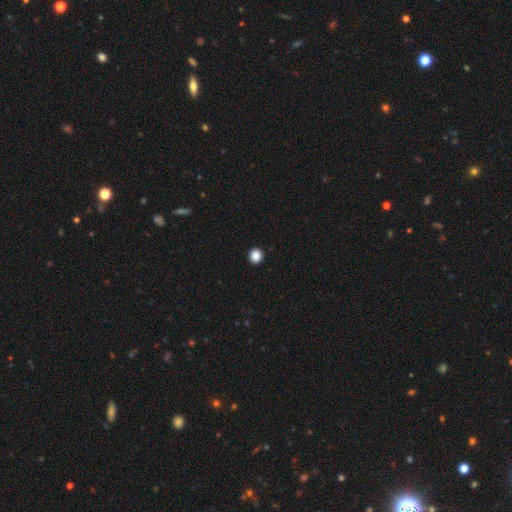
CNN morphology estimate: type=smooth (87%); roundness=round (91%); merging=none (94%).